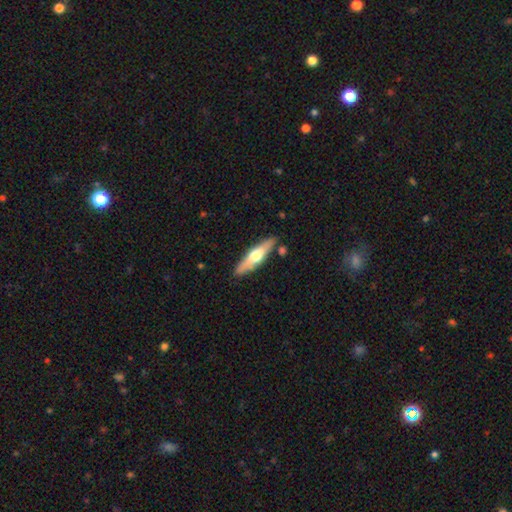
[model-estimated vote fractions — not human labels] Smooth or featured? Predicted: featured or disk (p=0.52). Edge-on disk? Predicted: yes (p=0.90). Merging? Predicted: none (p=0.84).